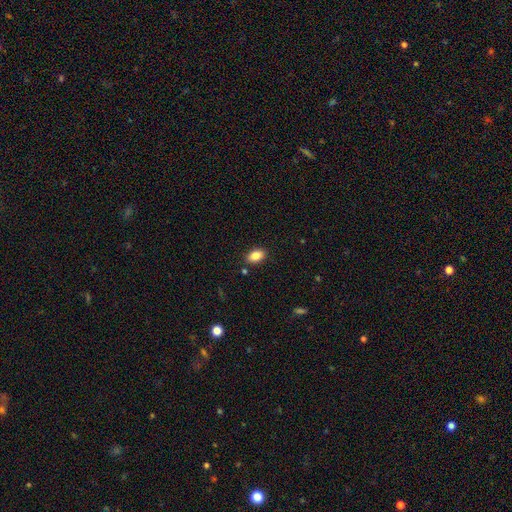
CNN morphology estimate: Smooth or featured? smooth (85%)
How rounded? in between (90%)
Merging? none (87%)